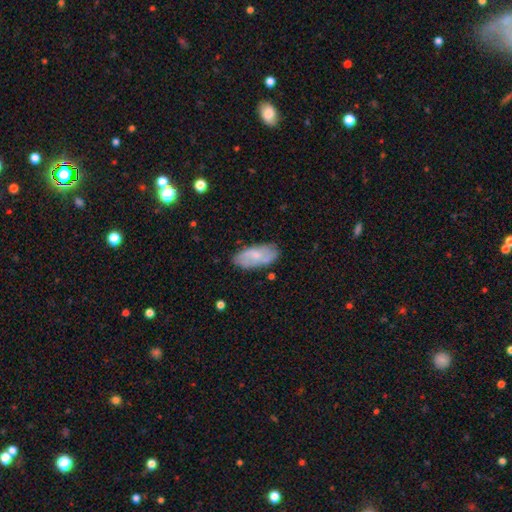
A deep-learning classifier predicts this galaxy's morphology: smooth 60%, featured or disk 34%, star or artifact 6%. Down the decision tree: how rounded — in between (90%); merging — none (76%).